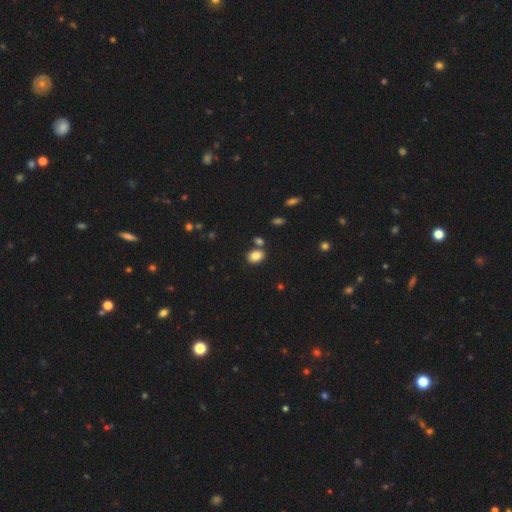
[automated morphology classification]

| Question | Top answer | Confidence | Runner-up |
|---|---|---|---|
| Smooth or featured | smooth | 85% | star or artifact (10%) |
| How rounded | in between | 73% | round (26%) |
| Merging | none | 72% | merger (14%) |